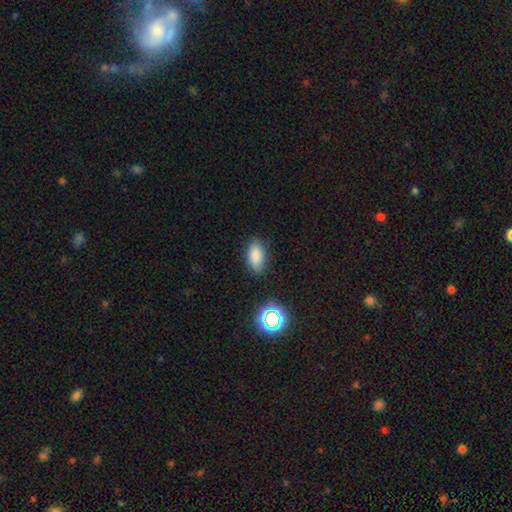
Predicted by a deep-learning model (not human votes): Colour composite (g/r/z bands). It shows a smooth galaxy with no disk features (84%) that is in between round and cigar-shaped (91%). Merging: none (85%).